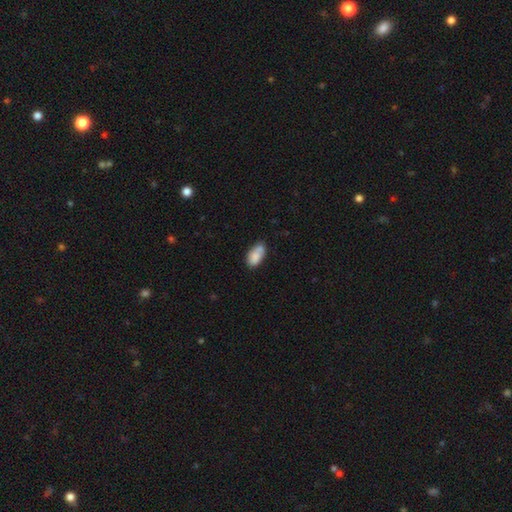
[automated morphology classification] The model was most divided on "merging": none: 50%, minor disturbance: 24%, merger: 19%, major disturbance: 7%. More confident: how rounded — in between (92%); smooth or featured — smooth (77%).